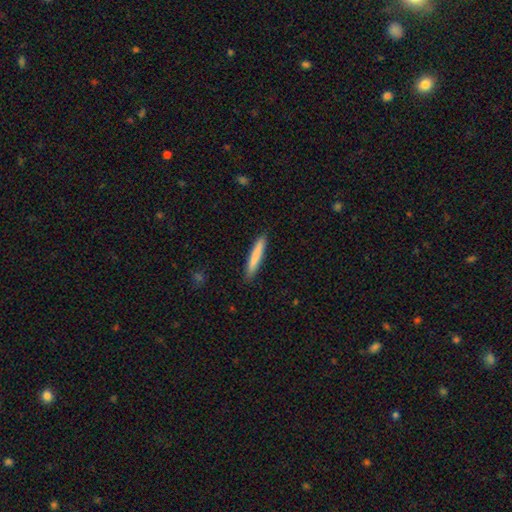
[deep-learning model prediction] smooth-or-featured: smooth: 81% | featured or disk: 13% | star or artifact: 6%
  how-rounded: cigar-shaped: 94% | in between: 5% | round: 1%
  merging: none: 90% | minor disturbance: 7% | major disturbance: 2% | merger: 1%